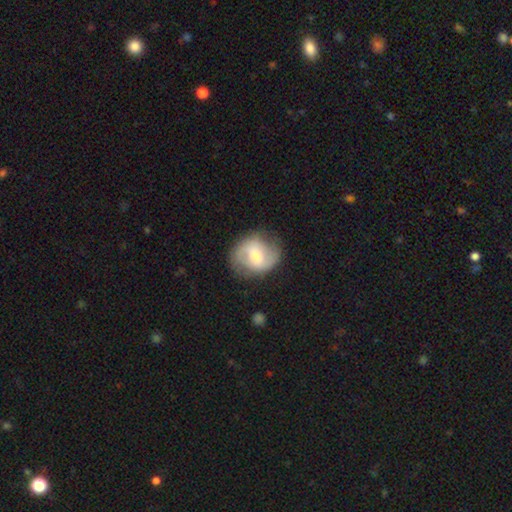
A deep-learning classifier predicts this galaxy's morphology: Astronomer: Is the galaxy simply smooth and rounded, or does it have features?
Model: featured or disk — 60%.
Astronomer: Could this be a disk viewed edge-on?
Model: no — 97%.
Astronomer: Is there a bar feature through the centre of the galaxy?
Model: weak — 47% (runner-up: no, 32%).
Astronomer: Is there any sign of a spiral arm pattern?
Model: yes — 77%.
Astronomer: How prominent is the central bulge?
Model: moderate — 57% (runner-up: small, 32%).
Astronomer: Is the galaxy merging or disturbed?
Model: none — 70%.